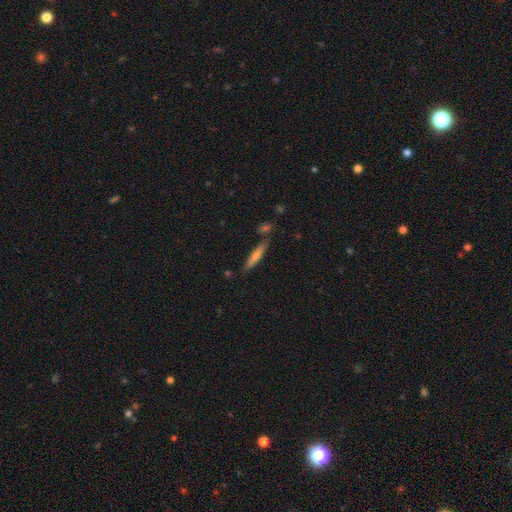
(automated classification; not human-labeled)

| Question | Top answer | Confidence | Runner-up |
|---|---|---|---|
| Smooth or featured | smooth | 56% | featured or disk (36%) |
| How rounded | cigar-shaped | 89% | in between (9%) |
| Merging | none | 79% | minor disturbance (12%) |